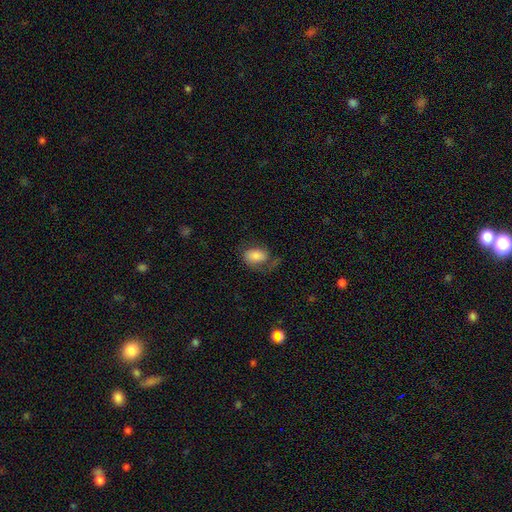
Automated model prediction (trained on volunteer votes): smooth-or-featured: smooth: 67% | featured or disk: 25% | star or artifact: 9%
  how-rounded: in between: 85% | round: 13% | cigar-shaped: 1%
  merging: none: 43% | major disturbance: 30% | minor disturbance: 25% | merger: 3%